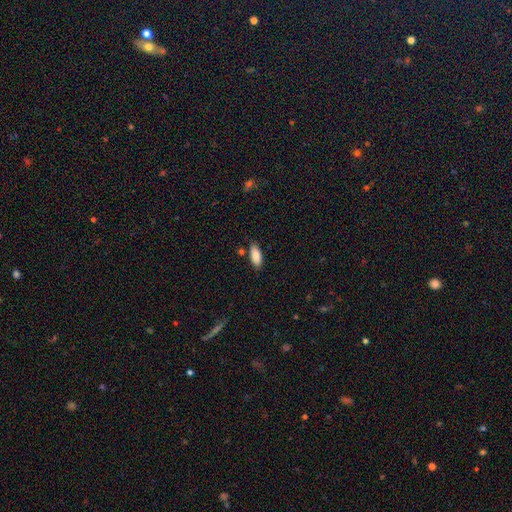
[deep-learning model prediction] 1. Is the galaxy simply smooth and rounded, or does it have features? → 87% smooth, 7% star or artifact, 6% featured or disk.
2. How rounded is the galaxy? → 85% in between, 13% cigar-shaped, 2% round.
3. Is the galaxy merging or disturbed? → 80% none, 14% minor disturbance, 4% merger, 3% major disturbance.